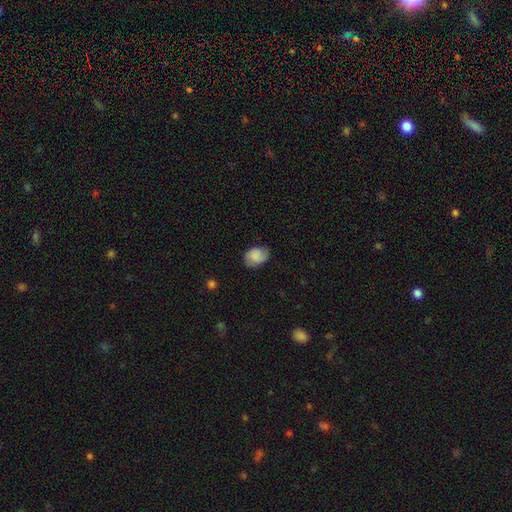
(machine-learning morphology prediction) This is likely a smooth galaxy (75%). How rounded: likely in between (69%). Merging: likely none (66%).